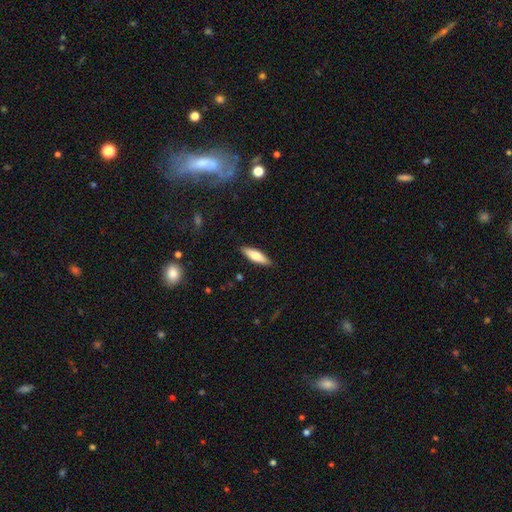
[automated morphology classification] Overall: smooth (70%). How rounded: cigar-shaped (59%; in between 40%). Merging: none (89%).